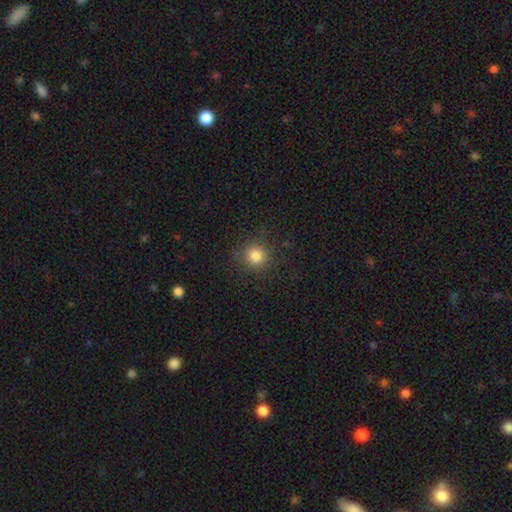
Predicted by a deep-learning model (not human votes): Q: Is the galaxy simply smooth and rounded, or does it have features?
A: smooth — 83%.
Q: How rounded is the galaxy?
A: round — 93%.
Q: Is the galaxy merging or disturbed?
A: none — 87%.